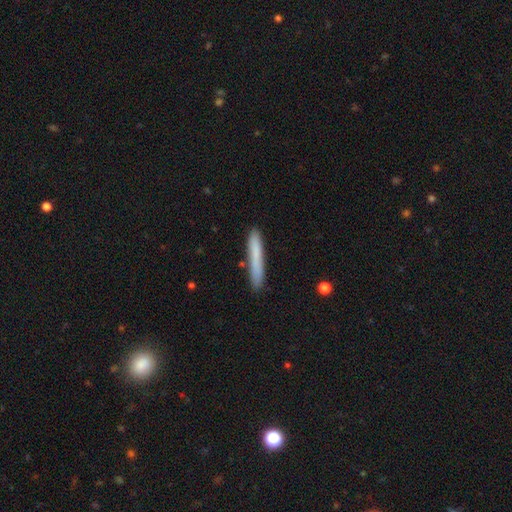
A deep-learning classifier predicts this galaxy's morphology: Overall: smooth (75%). How rounded: cigar-shaped (96%). Merging: none (85%).